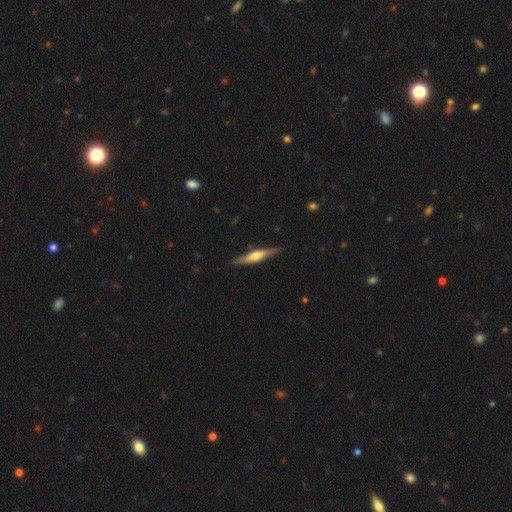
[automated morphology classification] A featured or disk galaxy (62%) viewed edge-on (95%) with a rounded central bulge (89%).

Vote fractions:
- Smooth or featured? featured or disk: 62% / smooth: 33% / star or artifact: 5%
- Edge-on disk? yes: 95% / no: 5%
- Edge-on bulge? rounded: 89% / none: 6% / boxy: 5%
- Merging? none: 88% / minor disturbance: 9% / major disturbance: 2% / merger: 1%